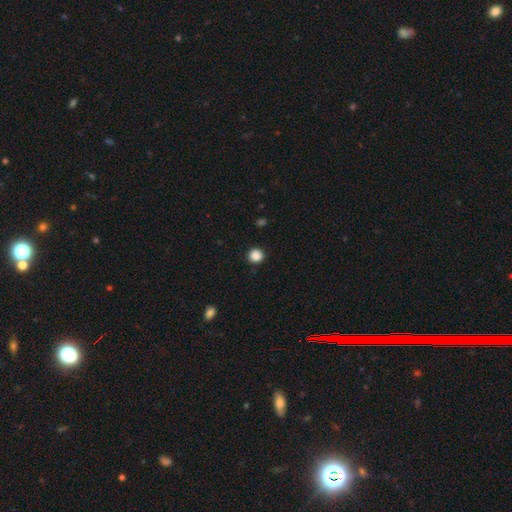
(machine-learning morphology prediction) The model was most divided on "smooth or featured": smooth: 88%, star or artifact: 10%, featured or disk: 2%. More confident: merging — none (91%); how rounded — round (90%).